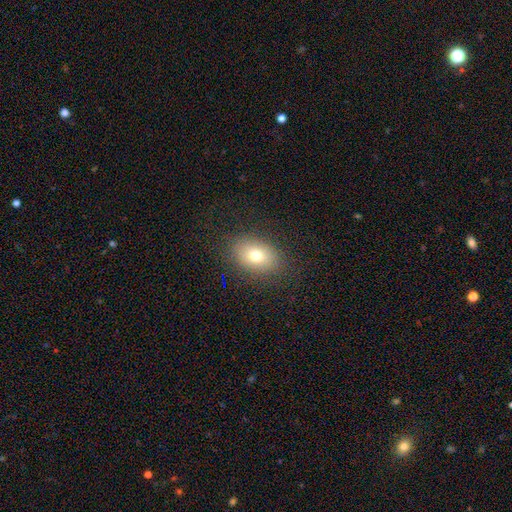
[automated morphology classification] This is likely a smooth galaxy (74%). How rounded: likely in between (79%). Merging: clearly none (85%).